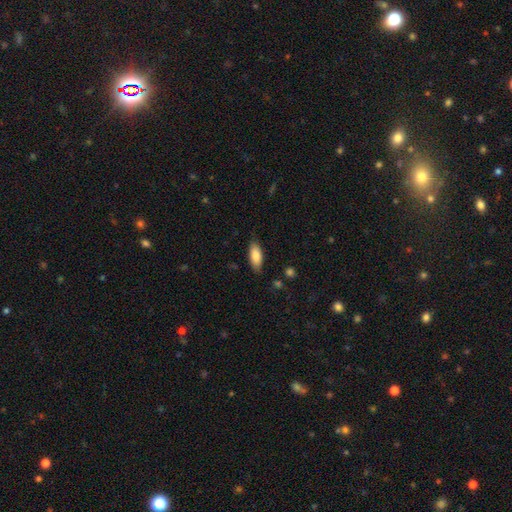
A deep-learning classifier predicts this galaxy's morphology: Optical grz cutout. It shows a smooth galaxy with no disk features (86%) that is in between round and cigar-shaped (81%). Merging: none (83%).